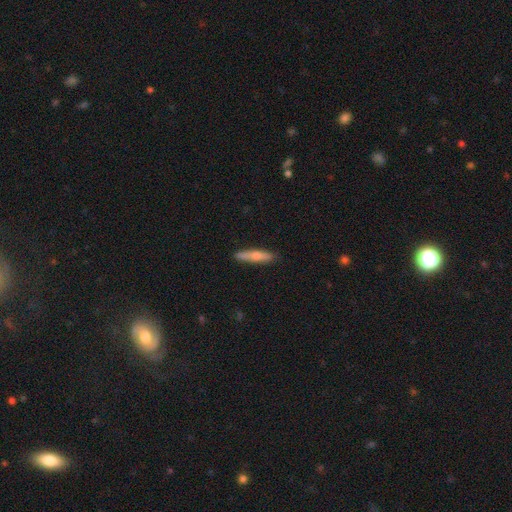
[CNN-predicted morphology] This appears to be a smooth galaxy with no disk features (69%) that is cigar-shaped (89%). Merging: none (86%).